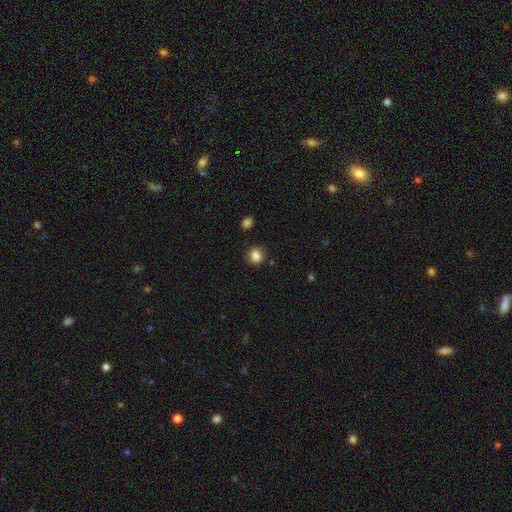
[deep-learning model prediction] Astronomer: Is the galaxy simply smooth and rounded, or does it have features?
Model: smooth — 85%.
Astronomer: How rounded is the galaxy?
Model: round — 67%.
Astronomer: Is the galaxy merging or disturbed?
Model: none — 80%.